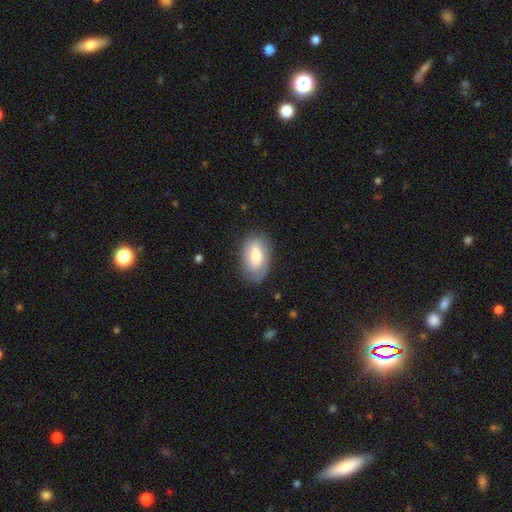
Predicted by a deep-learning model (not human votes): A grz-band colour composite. It shows a smooth galaxy with no disk features (66%) that is in between round and cigar-shaped (93%). Merging: none (77%).